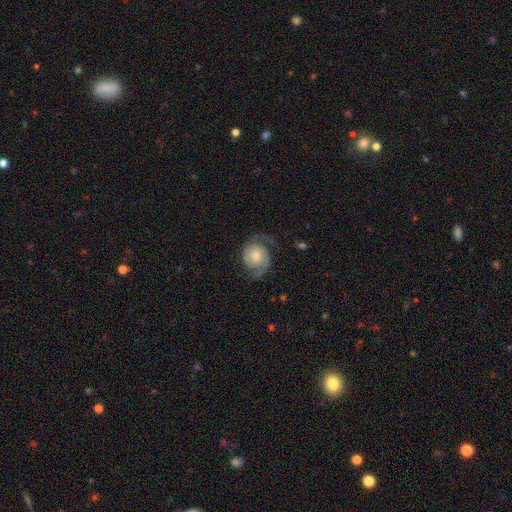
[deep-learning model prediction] Smooth or featured: featured or disk — 81% (smooth — 13%)
Edge-on disk: no — 98% (yes — 2%)
Bar: no — 72% (weak — 24%)
Spiral arms: yes — 96% (no — 4%)
Spiral winding: medium — 46% (loose — 29%)
Spiral arm count: 2 — 90% (1 — 4%)
Bulge size: moderate — 53% (small — 30%)
Merging: none — 68% (minor disturbance — 18%)